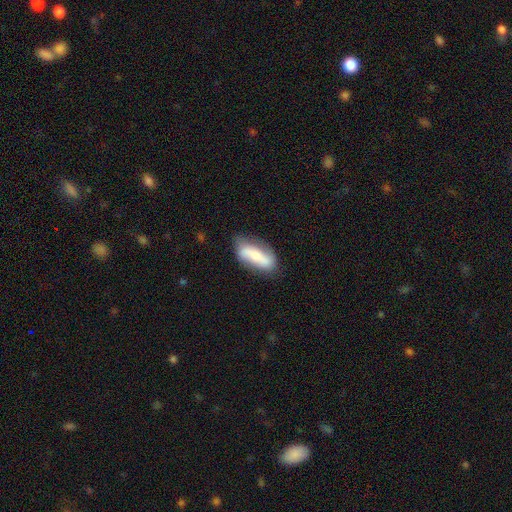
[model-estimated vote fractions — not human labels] This appears to be a smooth galaxy with no disk features (51%) that is in between round and cigar-shaped (68%). Merging: none (69%).